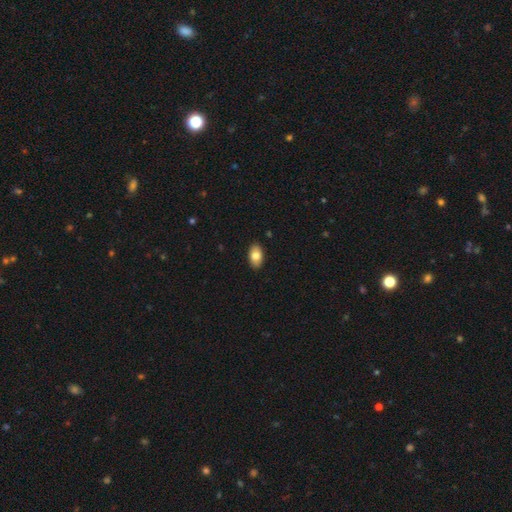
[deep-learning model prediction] smooth 80%, featured or disk 14%, star or artifact 7%. Down the decision tree: how rounded — in between (93%); merging — none (90%).